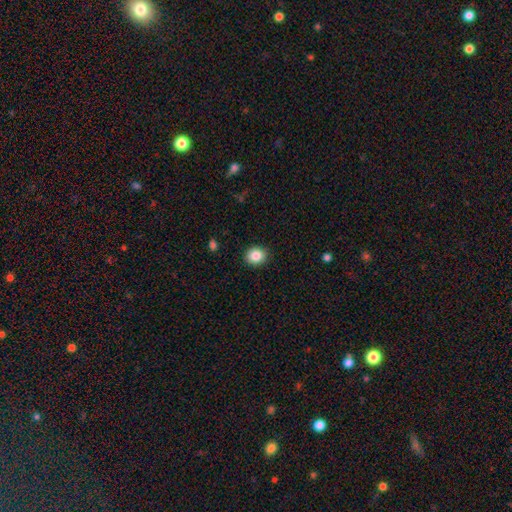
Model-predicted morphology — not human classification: This appears to be a smooth galaxy with no disk features (86%) that is round (66%). Merging: none (90%).